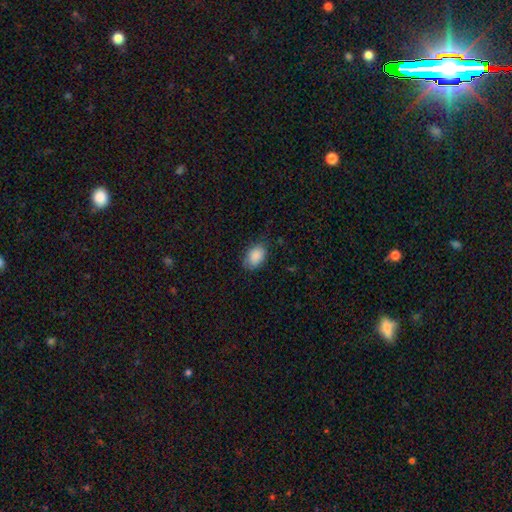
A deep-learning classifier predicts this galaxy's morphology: This is clearly a smooth galaxy (88%). How rounded: clearly in between (85%). Merging: likely none (75%).